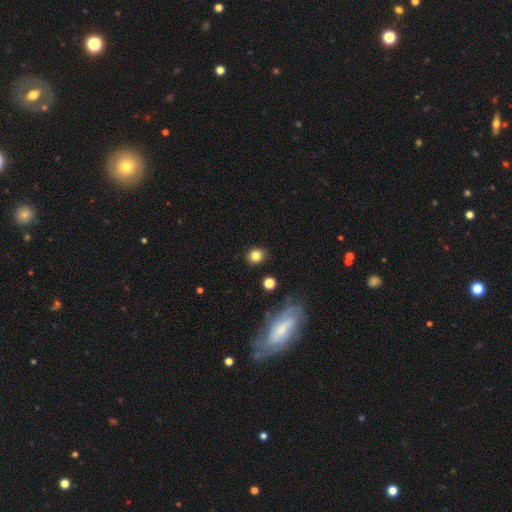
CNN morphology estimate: smooth-or-featured: smooth: 81% | star or artifact: 12% | featured or disk: 7%
  how-rounded: round: 81% | in between: 18% | cigar-shaped: 1%
  merging: none: 87% | minor disturbance: 8% | major disturbance: 3% | merger: 2%